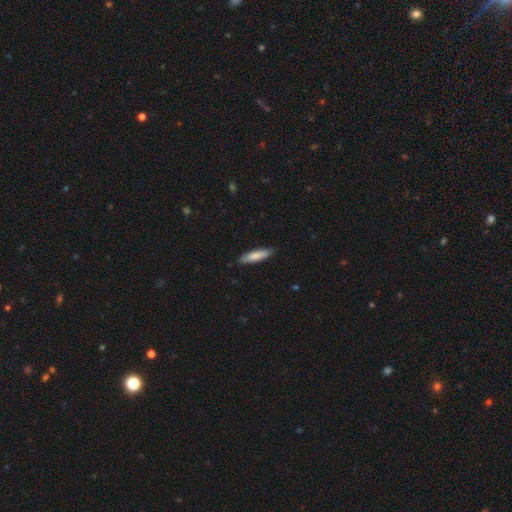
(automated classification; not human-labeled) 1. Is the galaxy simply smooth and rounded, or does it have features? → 79% smooth, 16% featured or disk, 5% star or artifact.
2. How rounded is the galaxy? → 74% cigar-shaped, 24% in between, 1% round.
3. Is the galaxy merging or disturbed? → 87% none, 10% minor disturbance, 2% major disturbance, 1% merger.